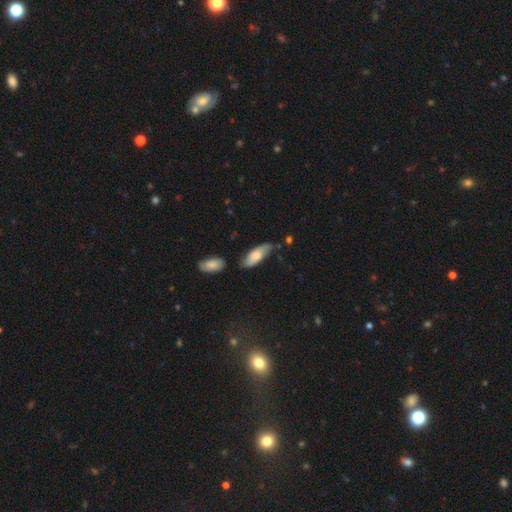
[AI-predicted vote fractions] smooth_or_featured: smooth (p=0.62) [alt: featured or disk p=0.32]
how_rounded: in between (p=0.74) [alt: cigar-shaped p=0.23]
merging: none (p=0.62) [alt: minor disturbance p=0.25]